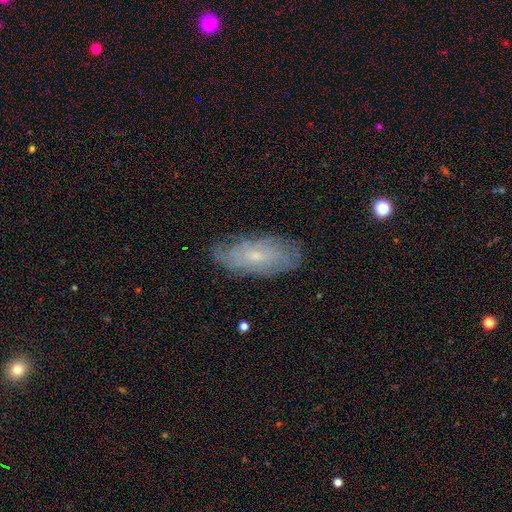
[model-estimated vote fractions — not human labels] Smooth or featured: featured or disk — 64% (smooth — 27%)
Edge-on disk: no — 88% (yes — 12%)
Bar: no — 67% (weak — 29%)
Spiral arms: yes — 84% (no — 16%)
Bulge size: small — 71% (moderate — 24%)
Merging: none — 77% (minor disturbance — 18%)